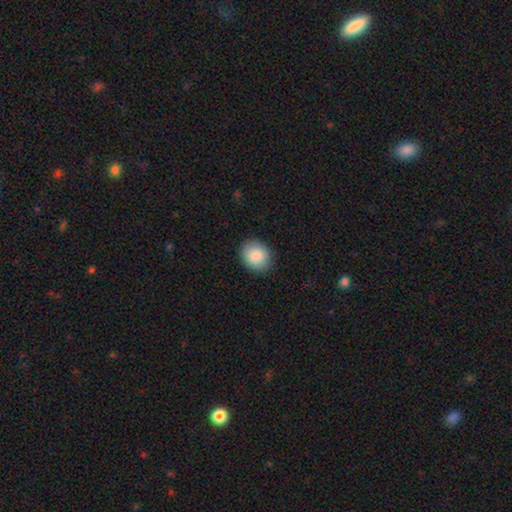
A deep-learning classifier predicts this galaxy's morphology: The model was most divided on "how rounded": round: 58%, in between: 41%, cigar-shaped: 1%. More confident: smooth or featured — smooth (88%); merging — none (87%).